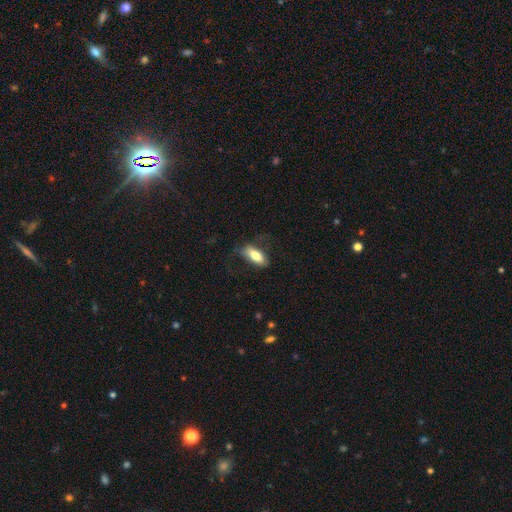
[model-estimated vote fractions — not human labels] smooth_or_featured: smooth (p=0.77) [alt: featured or disk p=0.17]
how_rounded: in between (p=0.78) [alt: cigar-shaped p=0.19]
merging: none (p=0.64) [alt: minor disturbance p=0.22]